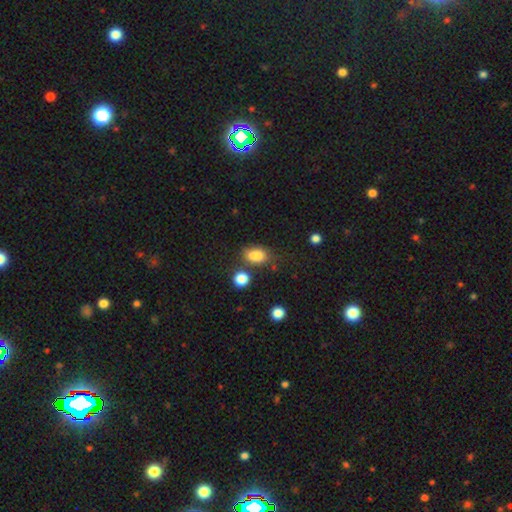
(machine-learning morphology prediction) A smooth galaxy with no disk features (83%) that is in between round and cigar-shaped (79%). Merging: none (60%).